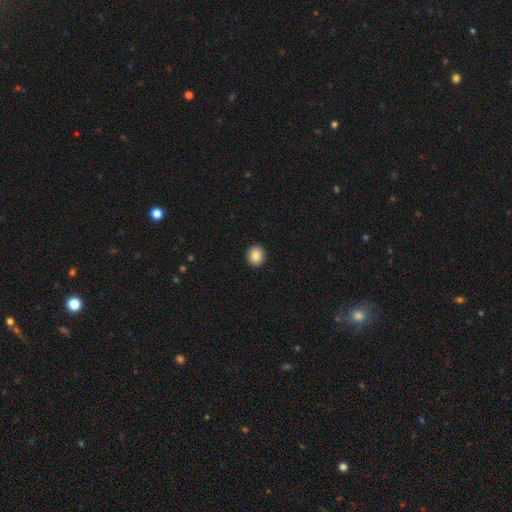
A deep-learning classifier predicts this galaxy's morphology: smooth_or_featured: smooth (p=0.86) [alt: star or artifact p=0.08]
how_rounded: round (p=0.82) [alt: in between p=0.17]
merging: none (p=0.93) [alt: minor disturbance p=0.05]